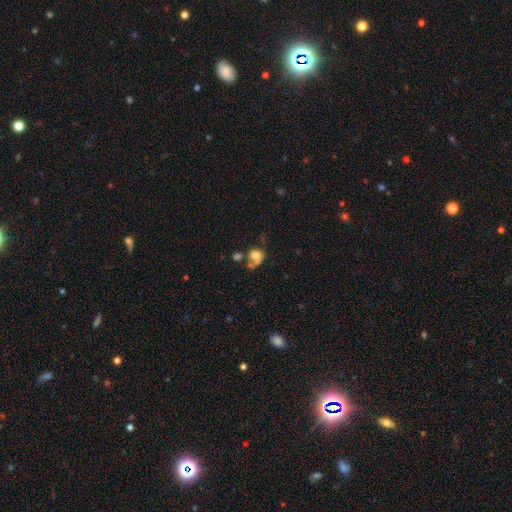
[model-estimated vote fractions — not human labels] This is likely a smooth galaxy (63%). How rounded: likely round (64%). Merging: marginally merger (43%).